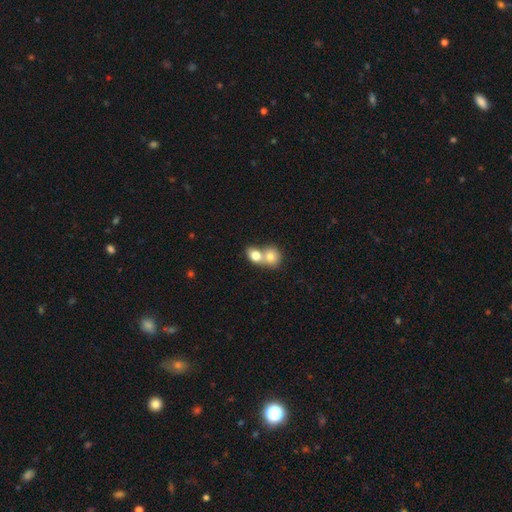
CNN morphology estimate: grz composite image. It shows a smooth galaxy with no disk features (77%) that is in between round and cigar-shaped (50%). Merging: merger (73%).